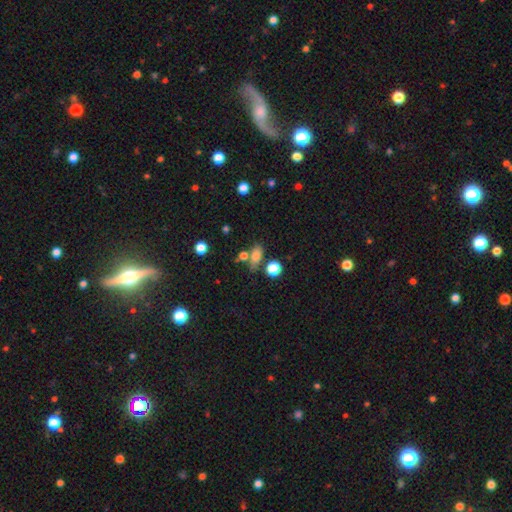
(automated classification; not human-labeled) Q: Smooth or featured?
A: smooth (76%); runner-up: star or artifact (13%)
Q: How rounded?
A: in between (74%); runner-up: round (14%)
Q: Merging?
A: none (62%); runner-up: merger (17%)